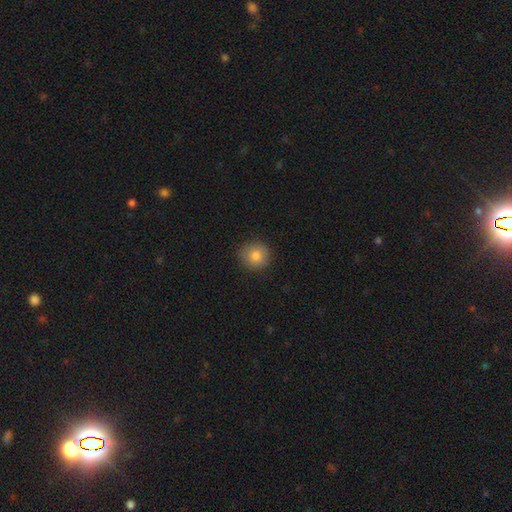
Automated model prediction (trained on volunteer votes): smooth-or-featured: smooth: 82% | star or artifact: 10% | featured or disk: 8%
  how-rounded: round: 90% | in between: 9% | cigar-shaped: 1%
  merging: none: 87% | minor disturbance: 10% | major disturbance: 2% | merger: 1%